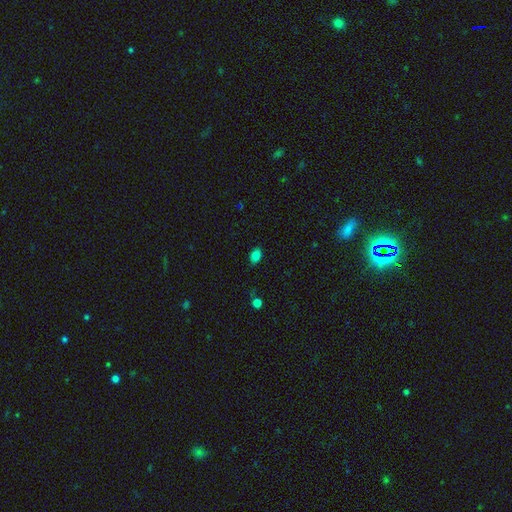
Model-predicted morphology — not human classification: Q: Smooth or featured?
A: smooth (83%); runner-up: star or artifact (12%)
Q: How rounded?
A: in between (84%); runner-up: round (14%)
Q: Merging?
A: none (85%); runner-up: minor disturbance (11%)